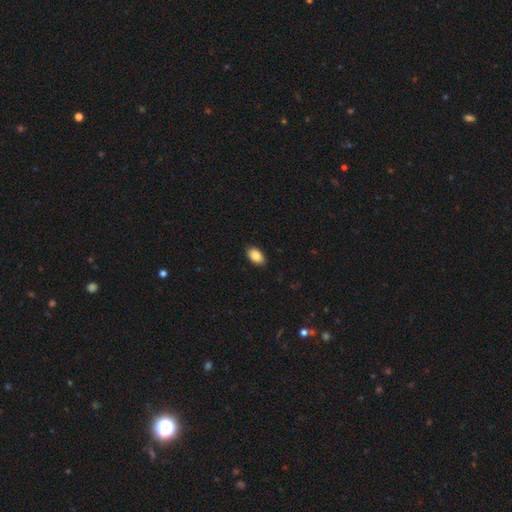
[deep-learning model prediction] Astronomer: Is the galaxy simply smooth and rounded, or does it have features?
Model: smooth — 88%.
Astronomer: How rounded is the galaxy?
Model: in between — 92%.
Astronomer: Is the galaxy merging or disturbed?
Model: none — 89%.